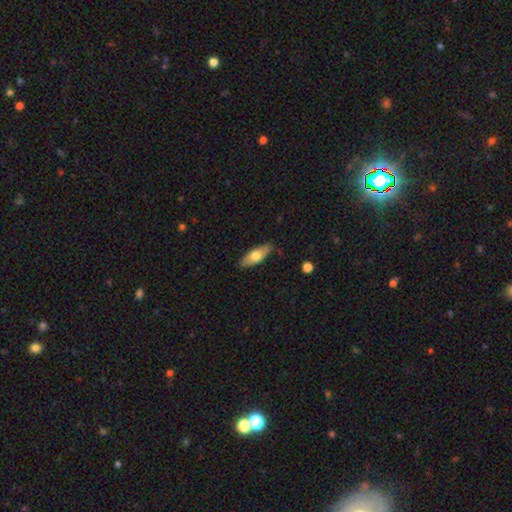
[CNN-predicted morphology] smooth 64%, featured or disk 30%, star or artifact 6%. Down the decision tree: how rounded — in between (70%); merging — none (82%).